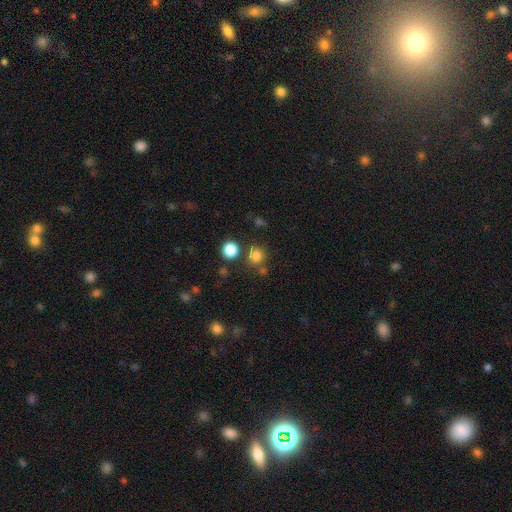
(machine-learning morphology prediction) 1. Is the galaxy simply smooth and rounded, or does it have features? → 79% smooth, 15% star or artifact, 5% featured or disk.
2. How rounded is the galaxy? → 91% round, 8% in between, 1% cigar-shaped.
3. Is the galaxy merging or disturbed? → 76% none, 11% merger, 9% minor disturbance, 4% major disturbance.